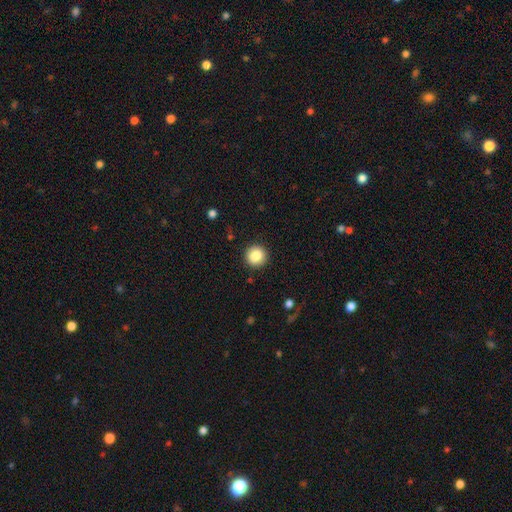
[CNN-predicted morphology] smooth_or_featured: smooth (p=0.86) [alt: star or artifact p=0.09]
how_rounded: round (p=0.93) [alt: in between p=0.07]
merging: none (p=0.91) [alt: minor disturbance p=0.06]